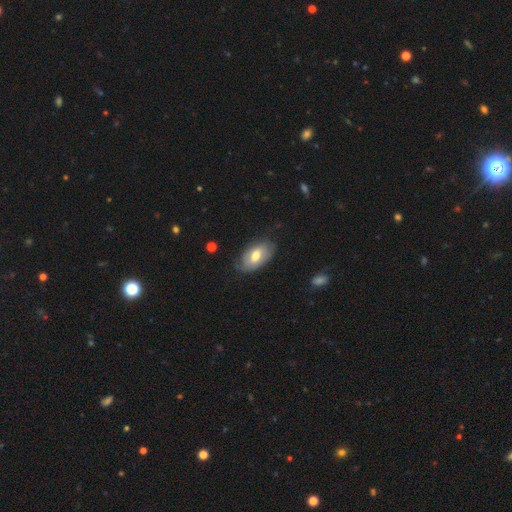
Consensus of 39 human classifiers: Morphology: type=featured or disk (49%); edge-on=no (95%); bar=weak (56%); spiral arms=yes (56%); winding=tight (50%); arm count=can't tell (40%); bulge=moderate (67%); merging=none (64%).